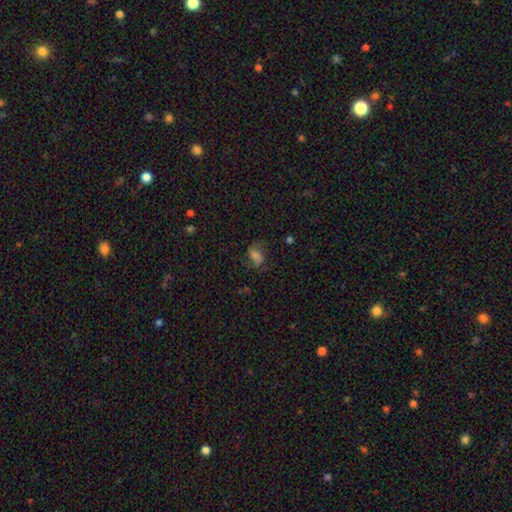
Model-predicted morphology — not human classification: The model was most divided on "smooth or featured" (2-way tie): smooth: 41%, featured or disk: 41%, star or artifact: 18%. More confident: merging — none (61%).